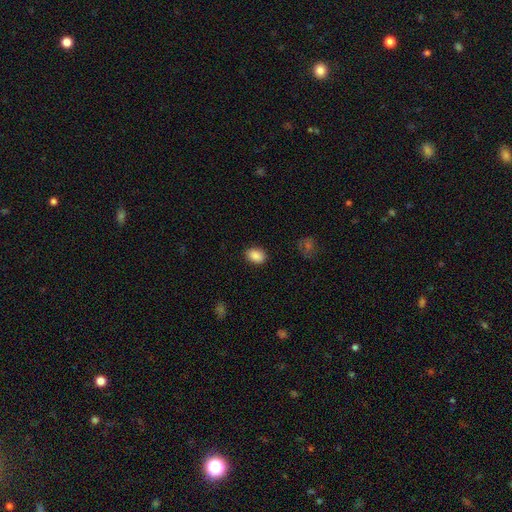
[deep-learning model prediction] Smooth or featured? smooth (89%)
How rounded? in between (78%)
Merging? none (87%)